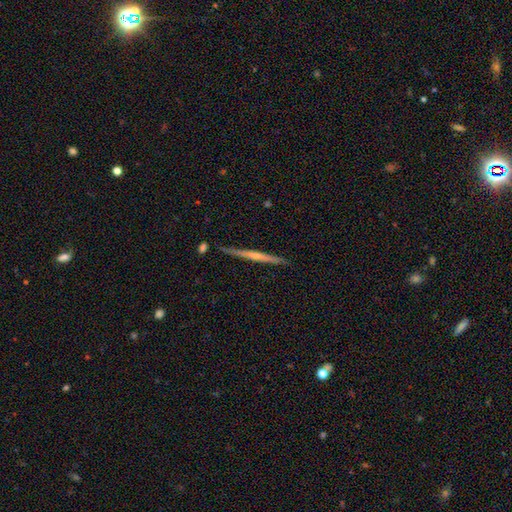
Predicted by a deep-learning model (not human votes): A featured or disk galaxy (72%) viewed edge-on (98%) with a rounded central bulge (57%). Merging: none (90%).